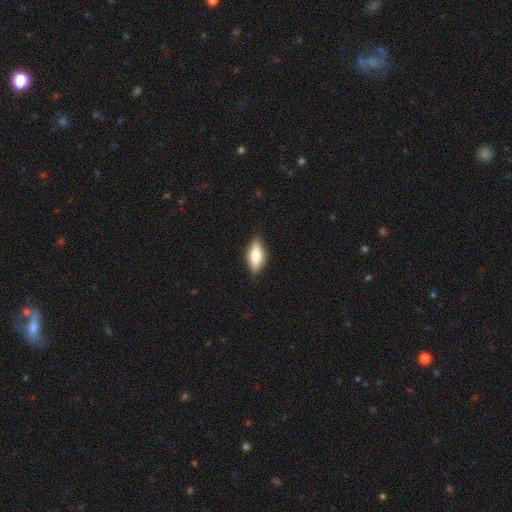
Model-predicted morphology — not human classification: Q: Smooth or featured?
A: smooth (68%); runner-up: featured or disk (26%)
Q: How rounded?
A: in between (75%); runner-up: cigar-shaped (23%)
Q: Merging?
A: none (85%); runner-up: minor disturbance (12%)